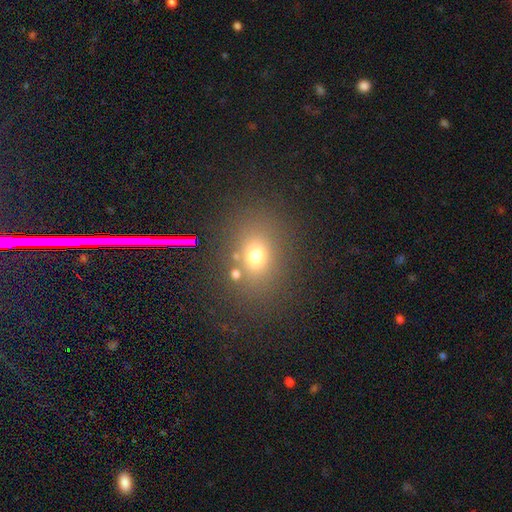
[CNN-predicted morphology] Smooth or featured: smooth — 67% (star or artifact — 21%)
How rounded: in between — 57% (round — 42%)
Merging: none — 76% (minor disturbance — 11%)